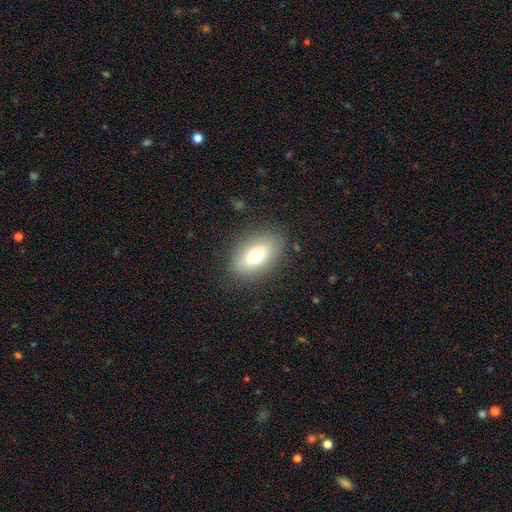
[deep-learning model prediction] A smooth galaxy with no disk features (71%) that is in between round and cigar-shaped (86%). Merging: none (83%).